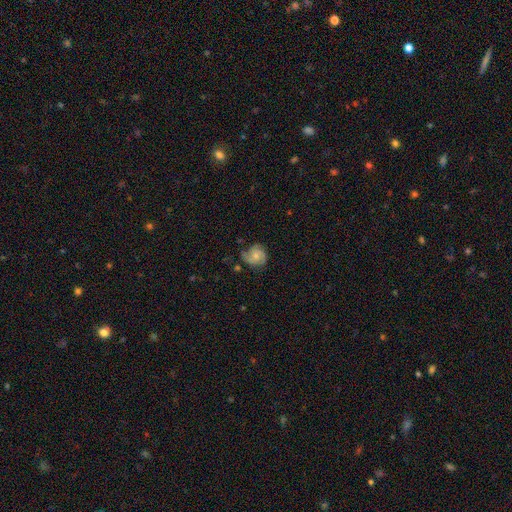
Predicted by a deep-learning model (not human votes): A featured or disk galaxy (56%) with no bar (75%), spiral arms (89%) and a small central bulge (53%).

Vote fractions:
- Smooth or featured? featured or disk: 56% / smooth: 36% / star or artifact: 8%
- Edge-on disk? no: 98% / yes: 2%
- Bar? no: 75% / weak: 21% / strong: 3%
- Spiral arms? yes: 89% / no: 11%
- Bulge size? small: 53% / moderate: 36% / none: 8% / large: 3% / dominant: 1%
- Merging? none: 58% / minor disturbance: 28% / major disturbance: 12% / merger: 2%